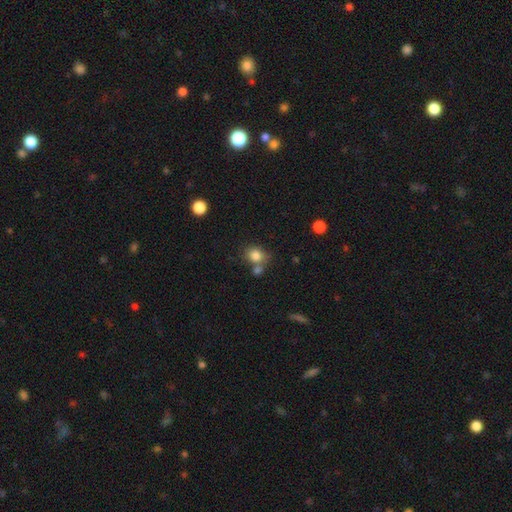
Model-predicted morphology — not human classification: smooth 82%, star or artifact 10%, featured or disk 7%. Down the decision tree: how rounded — round (69%); merging — none (57%).